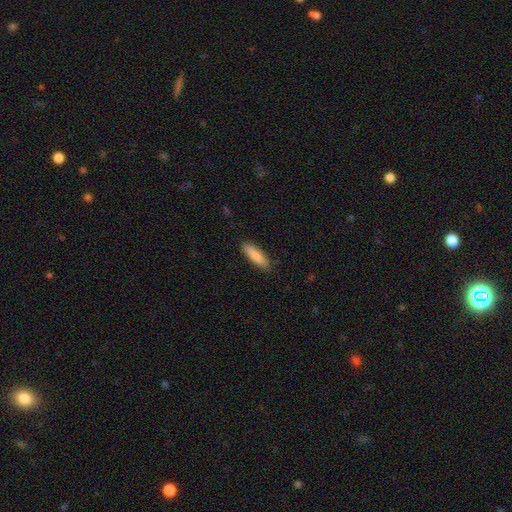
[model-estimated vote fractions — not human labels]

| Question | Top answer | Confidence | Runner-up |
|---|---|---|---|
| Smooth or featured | smooth | 83% | featured or disk (11%) |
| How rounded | cigar-shaped | 60% | in between (39%) |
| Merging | none | 87% | minor disturbance (10%) |